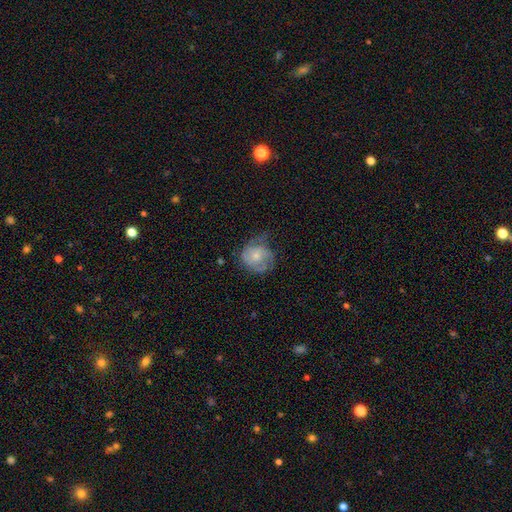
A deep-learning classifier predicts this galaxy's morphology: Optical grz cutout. It shows a featured or disk galaxy (51%). Merging: none (46%).